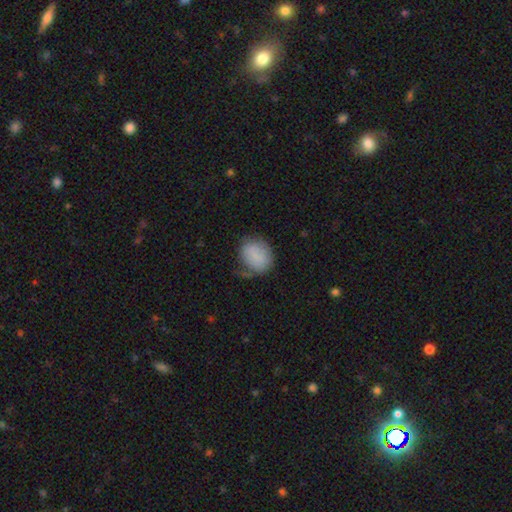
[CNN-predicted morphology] smooth 82%, featured or disk 11%, star or artifact 8%. Down the decision tree: how rounded — round (57%); merging — none (56%).